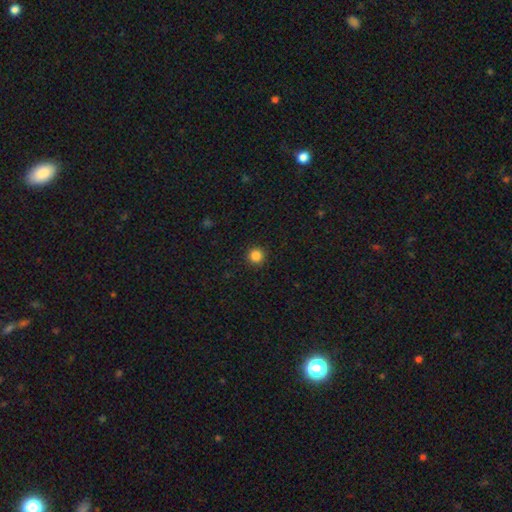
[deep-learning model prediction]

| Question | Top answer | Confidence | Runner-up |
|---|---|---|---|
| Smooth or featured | smooth | 85% | star or artifact (11%) |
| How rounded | round | 96% | in between (3%) |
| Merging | none | 93% | minor disturbance (4%) |